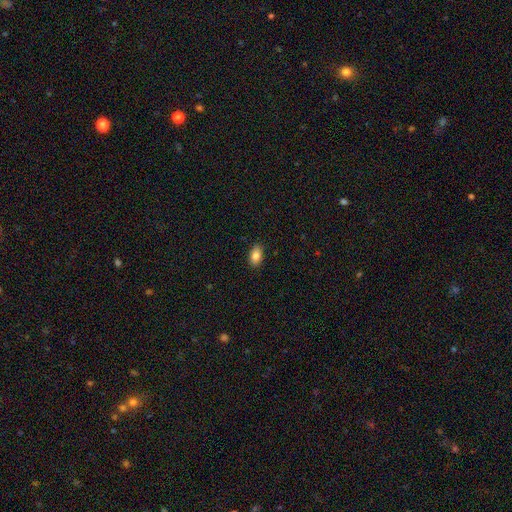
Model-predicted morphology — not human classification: smooth 86%, star or artifact 8%, featured or disk 6%. Down the decision tree: how rounded — in between (91%); merging — none (88%).